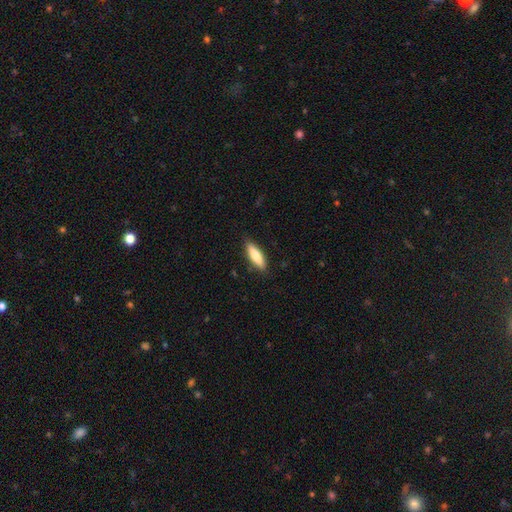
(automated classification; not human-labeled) Smooth or featured?
  - smooth: 78% *
  - featured or disk: 17%
  - star or artifact: 6%
How rounded?
  - cigar-shaped: 56% *
  - in between: 43%
  - round: 2%
Merging?
  - none: 86% *
  - minor disturbance: 11%
  - major disturbance: 2%
  - merger: 1%